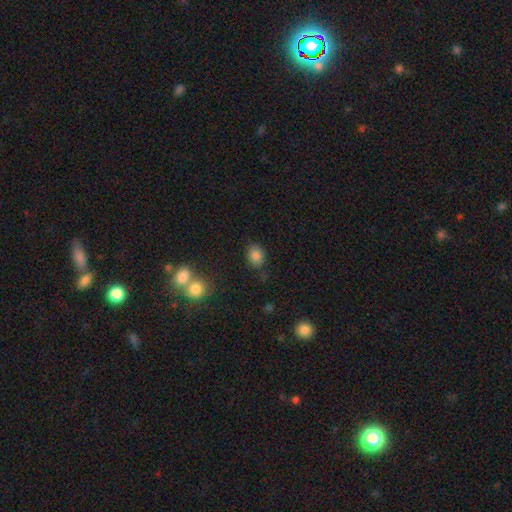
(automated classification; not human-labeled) A smooth galaxy with no disk features (81%) that is in between round and cigar-shaped (52%).

Vote fractions:
- Smooth or featured? smooth: 81% / star or artifact: 12% / featured or disk: 7%
- How rounded? in between: 52% / round: 47% / cigar-shaped: 1%
- Merging? none: 79% / minor disturbance: 13% / merger: 5% / major disturbance: 4%